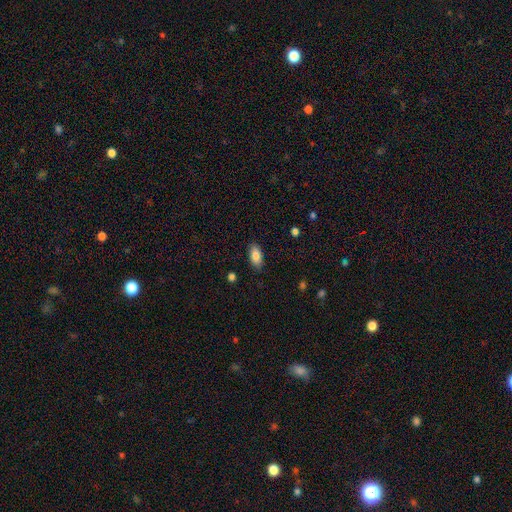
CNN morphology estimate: type=smooth (83%); roundness=in between (90%); merging=none (87%).